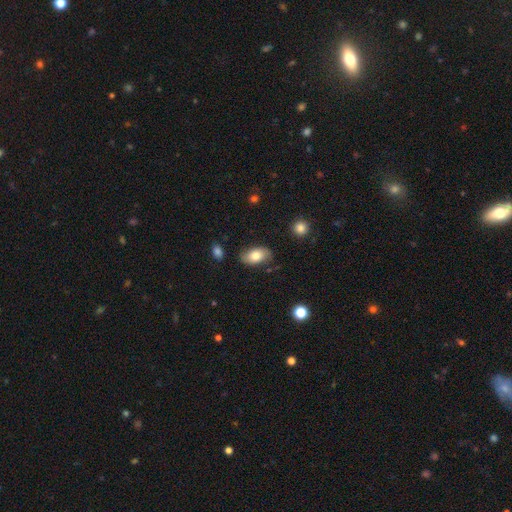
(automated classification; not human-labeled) Smooth or featured: smooth — 79% (featured or disk — 15%)
How rounded: in between — 93% (round — 5%)
Merging: none — 81% (minor disturbance — 14%)